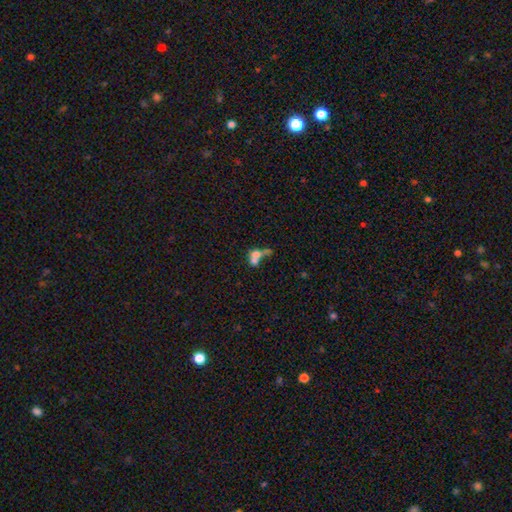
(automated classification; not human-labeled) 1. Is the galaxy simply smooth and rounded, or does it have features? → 59% smooth, 28% featured or disk, 13% star or artifact.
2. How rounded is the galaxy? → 48% round (tied), 48% in between (tied), 4% cigar-shaped.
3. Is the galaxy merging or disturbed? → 70% merger, 16% none, 9% major disturbance, 6% minor disturbance.